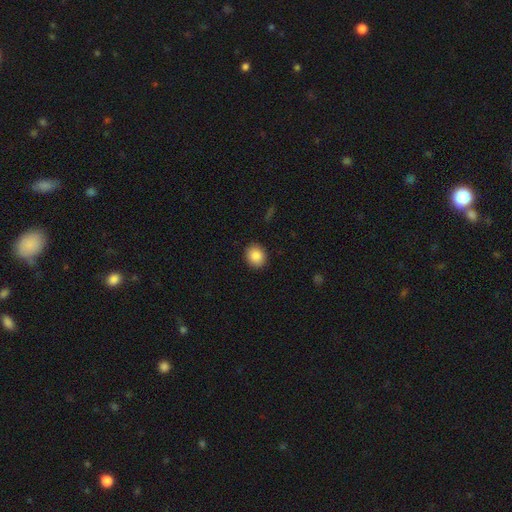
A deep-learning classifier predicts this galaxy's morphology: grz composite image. It shows a smooth galaxy with no disk features (87%) that is round (74%). Merging: none (91%).